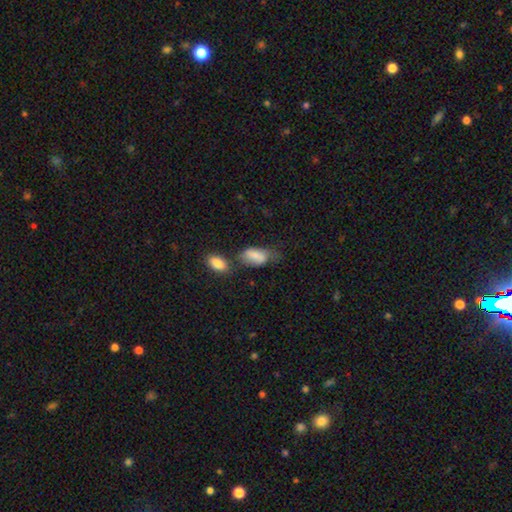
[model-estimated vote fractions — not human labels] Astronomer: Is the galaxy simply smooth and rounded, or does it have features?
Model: smooth — 78%.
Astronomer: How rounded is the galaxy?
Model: in between — 89%.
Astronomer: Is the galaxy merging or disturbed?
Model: none — 37% (runner-up: minor disturbance, 25%).